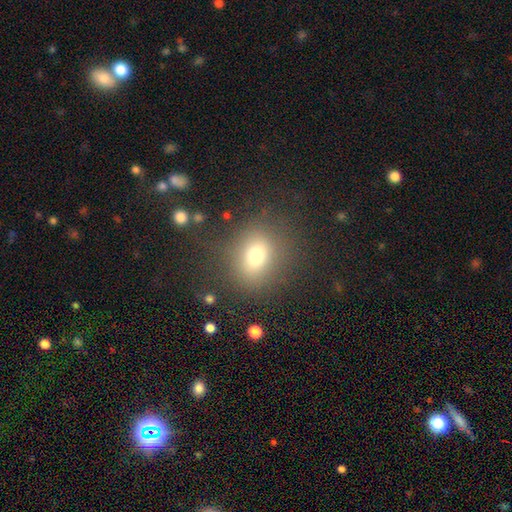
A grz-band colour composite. It shows a smooth galaxy with no disk features (85%) that is round (65%). Merging: none (81%).